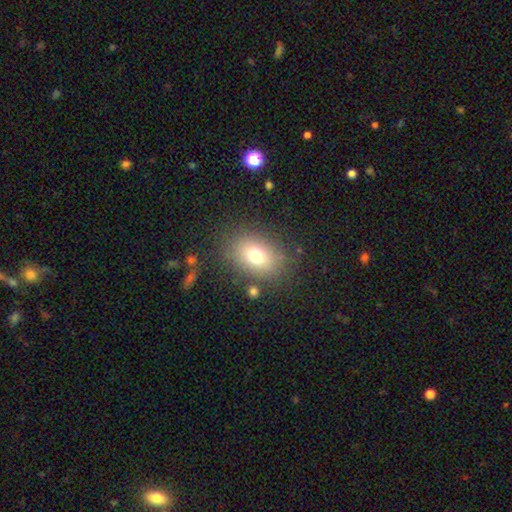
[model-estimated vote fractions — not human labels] Smooth or featured: smooth — 73% (featured or disk — 13%)
How rounded: in between — 68% (round — 31%)
Merging: none — 80% (minor disturbance — 11%)